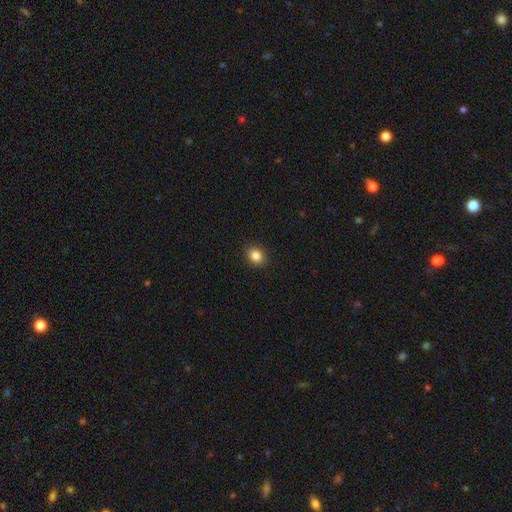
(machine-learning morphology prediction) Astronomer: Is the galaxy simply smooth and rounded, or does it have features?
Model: smooth — 84%.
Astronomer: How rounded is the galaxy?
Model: round — 61% (runner-up: in between, 38%).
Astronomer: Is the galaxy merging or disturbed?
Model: none — 91%.